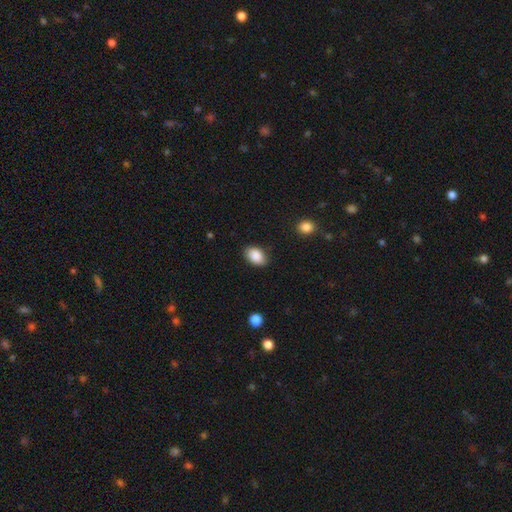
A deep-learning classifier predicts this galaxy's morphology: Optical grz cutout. It shows a smooth galaxy with no disk features (89%) that is in between round and cigar-shaped (88%). Merging: none (86%).